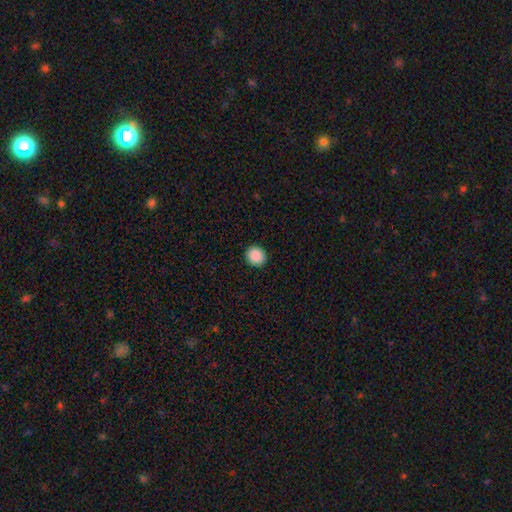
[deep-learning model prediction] smooth-or-featured: smooth: 89% | star or artifact: 8% | featured or disk: 3%
  how-rounded: round: 82% | in between: 17% | cigar-shaped: 1%
  merging: none: 92% | minor disturbance: 5% | major disturbance: 2% | merger: 1%